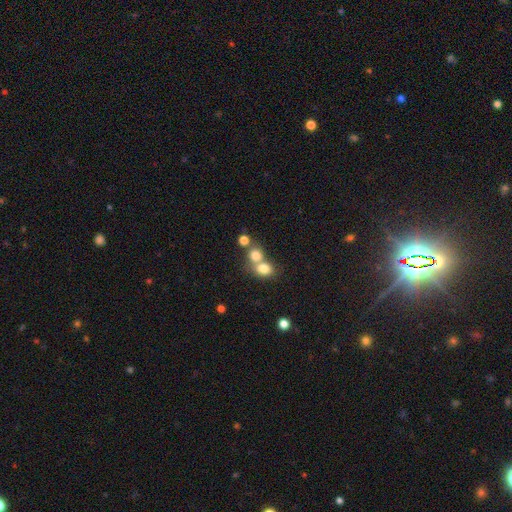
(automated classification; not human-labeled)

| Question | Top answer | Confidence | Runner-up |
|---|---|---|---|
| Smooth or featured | smooth | 77% | star or artifact (12%) |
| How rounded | round | 68% | in between (30%) |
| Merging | merger | 54% | none (36%) |